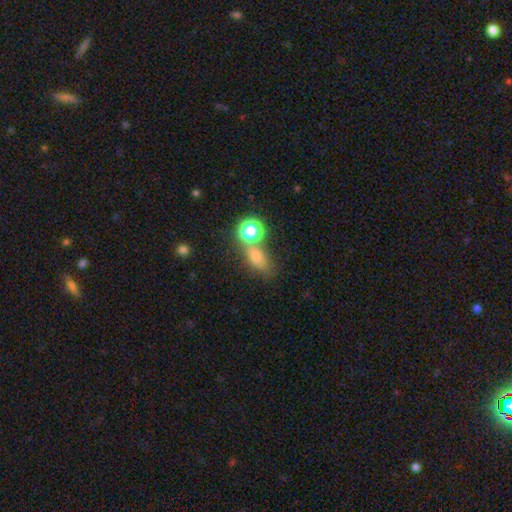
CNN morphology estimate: Smooth or featured?
  - smooth: 67% *
  - star or artifact: 23%
  - featured or disk: 10%
How rounded?
  - in between: 63% *
  - round: 29%
  - cigar-shaped: 8%
Merging?
  - none: 50% *
  - merger: 25%
  - minor disturbance: 15%
  - major disturbance: 10%